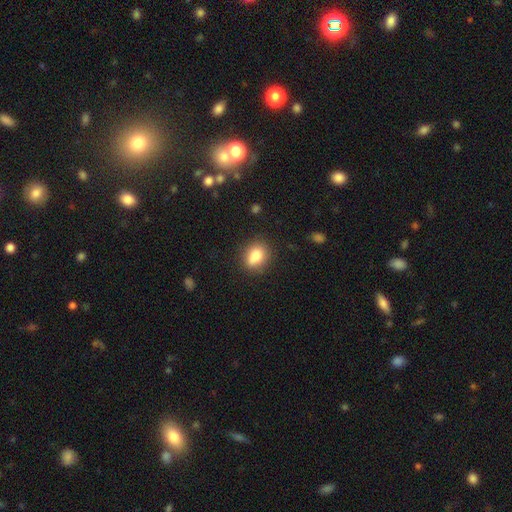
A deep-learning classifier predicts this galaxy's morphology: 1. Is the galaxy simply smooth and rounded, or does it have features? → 81% smooth, 10% featured or disk, 9% star or artifact.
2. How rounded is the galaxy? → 55% in between, 43% round, 2% cigar-shaped.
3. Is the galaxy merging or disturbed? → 75% none, 17% minor disturbance, 4% major disturbance, 4% merger.